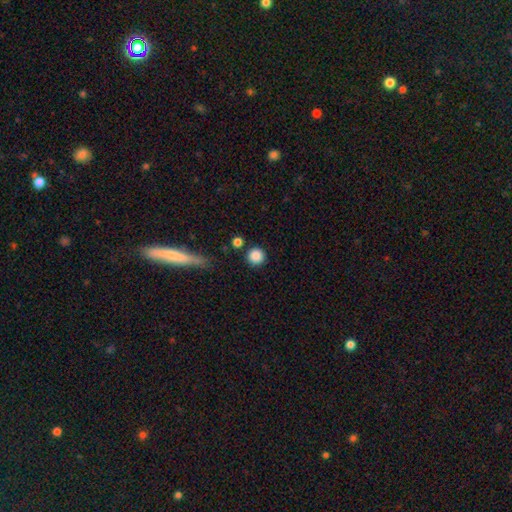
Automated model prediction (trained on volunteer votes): Smooth or featured: smooth — 87% (star or artifact — 10%)
How rounded: round — 95% (in between — 4%)
Merging: none — 85% (minor disturbance — 7%)